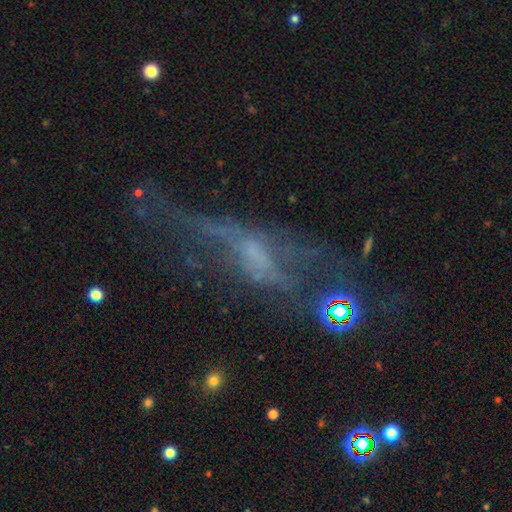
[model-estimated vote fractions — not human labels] Smooth or featured: featured or disk — 58% (star or artifact — 22%)
Edge-on disk: no — 57% (yes — 43%)
Merging: none — 39% (major disturbance — 33%)